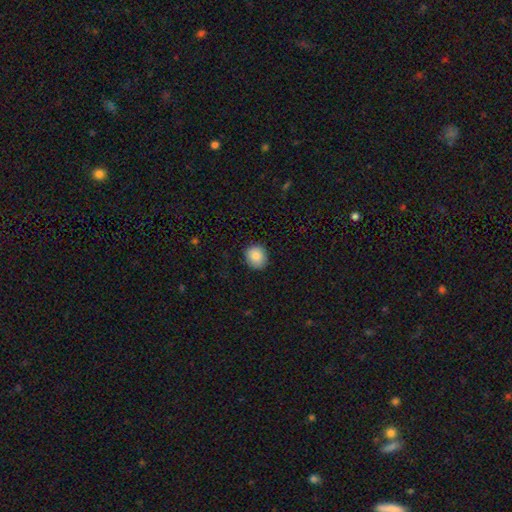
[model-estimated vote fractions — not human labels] Morphology: type=smooth (85%); roundness=round (75%); merging=none (88%).